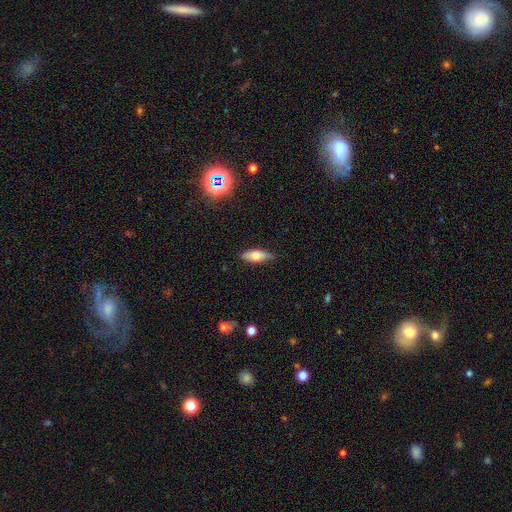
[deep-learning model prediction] smooth-or-featured: smooth: 66% | featured or disk: 27% | star or artifact: 7%
  how-rounded: in between: 71% | cigar-shaped: 27% | round: 3%
  merging: none: 82% | minor disturbance: 15% | major disturbance: 2% | merger: 1%